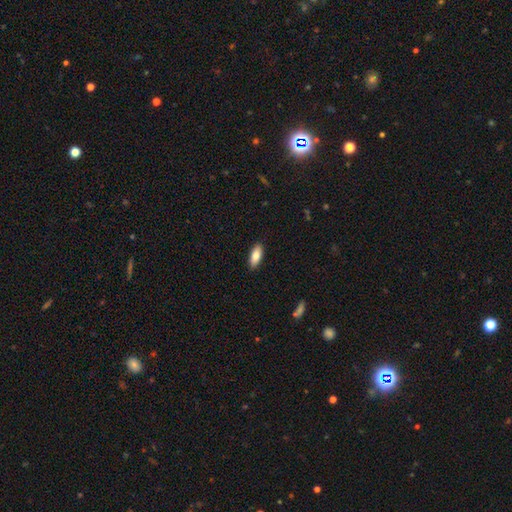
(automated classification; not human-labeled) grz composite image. It shows a smooth galaxy with no disk features (82%) that is in between round and cigar-shaped (77%). Merging: none (89%).